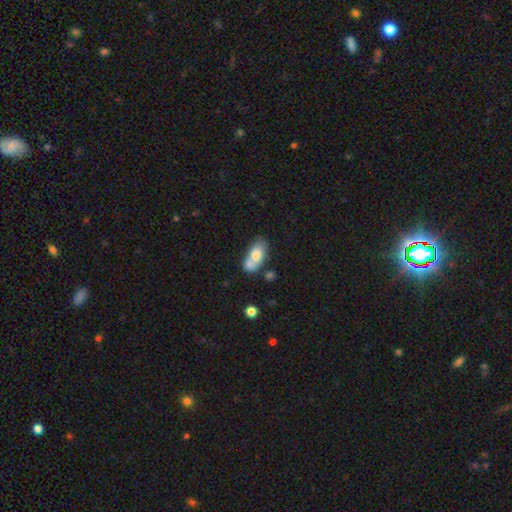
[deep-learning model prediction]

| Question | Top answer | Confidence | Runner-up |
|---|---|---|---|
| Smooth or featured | smooth | 71% | featured or disk (21%) |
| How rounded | in between | 85% | round (10%) |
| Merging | merger | 51% | none (31%) |